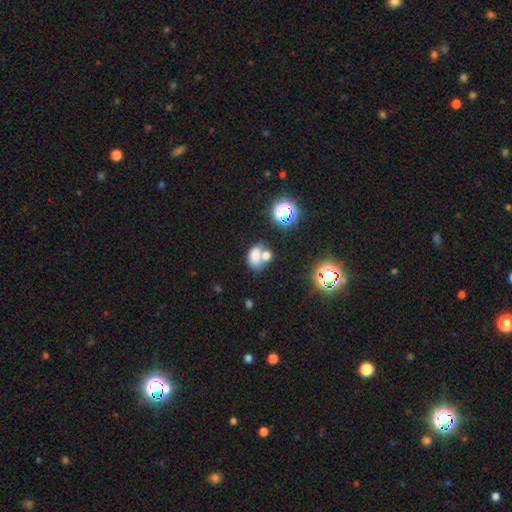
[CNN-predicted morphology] A smooth galaxy with no disk features (71%) that is in between round and cigar-shaped (70%).

Vote fractions:
- Smooth or featured? smooth: 71% / star or artifact: 15% / featured or disk: 14%
- How rounded? in between: 70% / round: 28% / cigar-shaped: 1%
- Merging? merger: 46% / none: 33% / minor disturbance: 13% / major disturbance: 8%